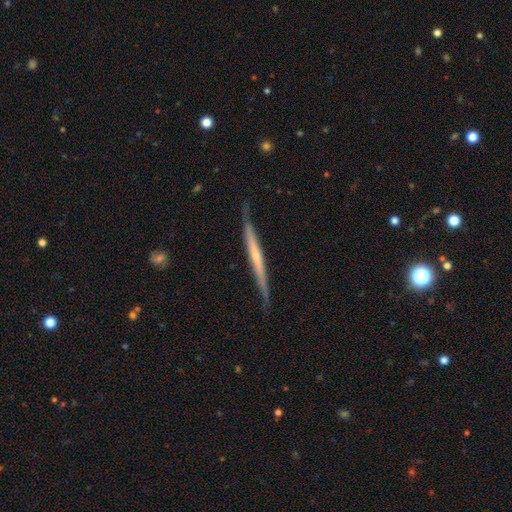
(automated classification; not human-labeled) A featured or disk galaxy (68%) viewed edge-on (96%) with no central bulge (64%).

Vote fractions:
- Smooth or featured? featured or disk: 68% / smooth: 26% / star or artifact: 5%
- Edge-on disk? yes: 96% / no: 4%
- Edge-on bulge? none: 64% / rounded: 30% / boxy: 6%
- Merging? none: 79% / minor disturbance: 17% / major disturbance: 3% / merger: 2%